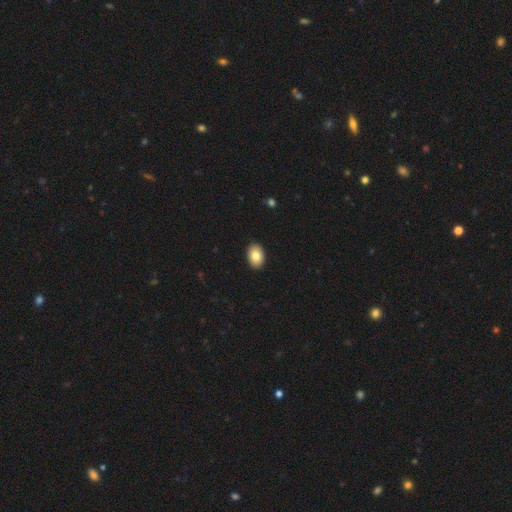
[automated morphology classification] Smooth or featured? Predicted: smooth (p=0.83). How rounded? Predicted: in between (p=0.83). Merging? Predicted: none (p=0.91).